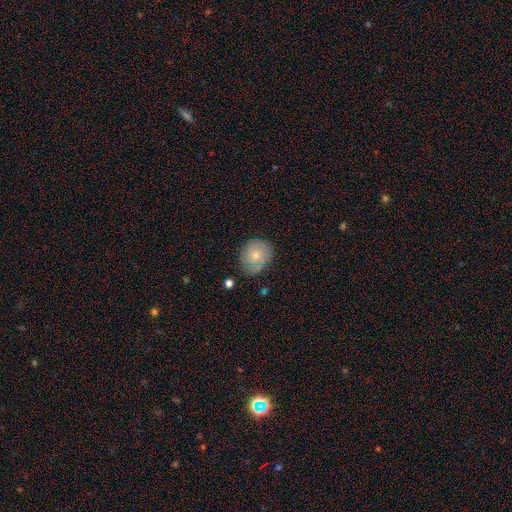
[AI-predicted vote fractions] smooth_or_featured: smooth (p=0.67) [alt: featured or disk p=0.26]
how_rounded: round (p=0.77) [alt: in between p=0.22]
merging: none (p=0.71) [alt: minor disturbance p=0.21]